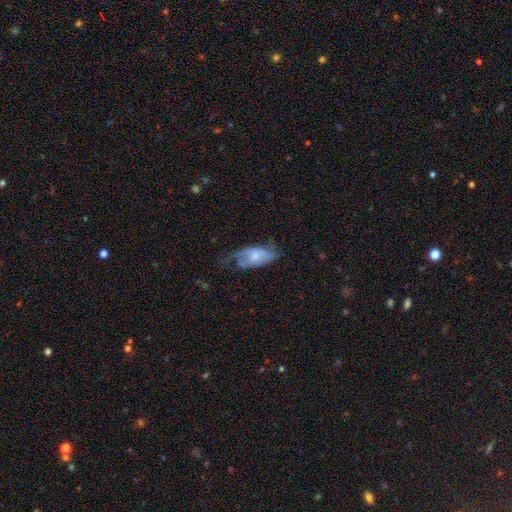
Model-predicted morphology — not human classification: A featured or disk galaxy (52%).

Vote fractions:
- Smooth or featured? featured or disk: 52% / smooth: 41% / star or artifact: 7%
- Edge-on disk? no: 91% / yes: 9%
- Merging? none: 34% / minor disturbance: 32% / major disturbance: 30% / merger: 3%